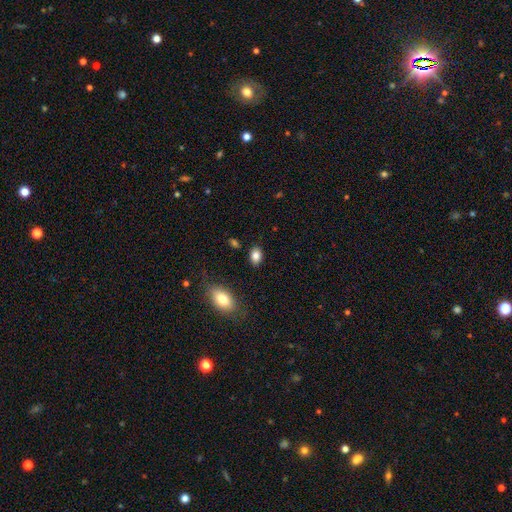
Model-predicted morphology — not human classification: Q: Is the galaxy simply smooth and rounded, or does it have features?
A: smooth — 84%.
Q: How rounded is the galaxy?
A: in between — 79%.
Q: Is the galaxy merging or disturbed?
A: none — 86%.